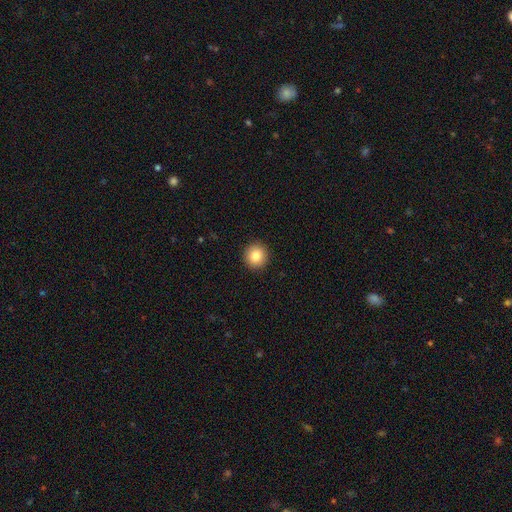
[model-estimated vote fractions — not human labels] Smooth or featured: smooth — 84% (star or artifact — 10%)
How rounded: round — 93% (in between — 6%)
Merging: none — 93% (minor disturbance — 5%)